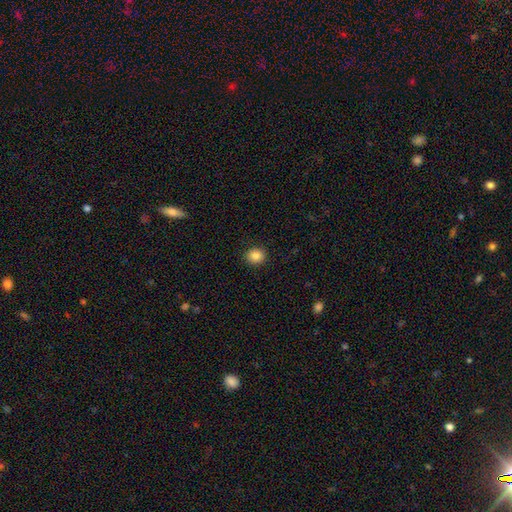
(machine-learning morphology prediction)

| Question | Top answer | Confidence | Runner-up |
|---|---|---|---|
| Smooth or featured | smooth | 84% | star or artifact (10%) |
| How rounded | round | 79% | in between (20%) |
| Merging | none | 91% | minor disturbance (6%) |